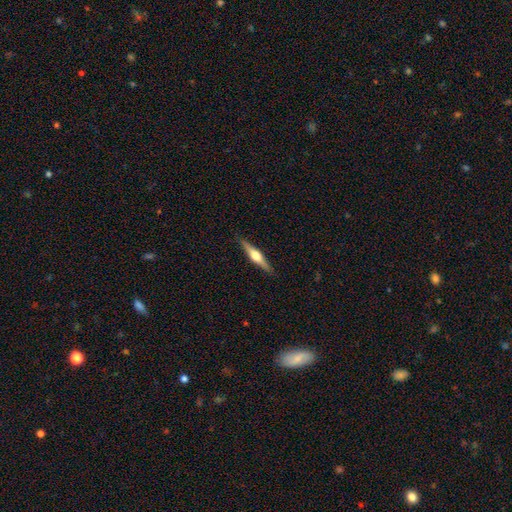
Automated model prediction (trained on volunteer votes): The model was most divided on "smooth or featured": featured or disk: 68%, smooth: 27%, star or artifact: 5%. More confident: edge-on disk — yes (98%); edge-on bulge — rounded (93%); merging — none (90%).